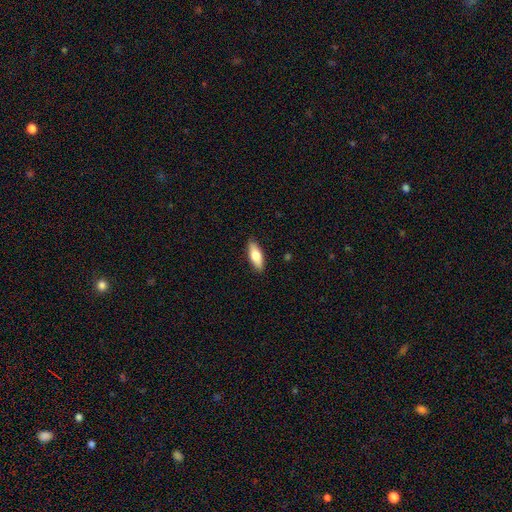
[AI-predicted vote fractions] Smooth or featured? Predicted: smooth (p=0.71). How rounded? Predicted: in between (p=0.69). Merging? Predicted: none (p=0.89).